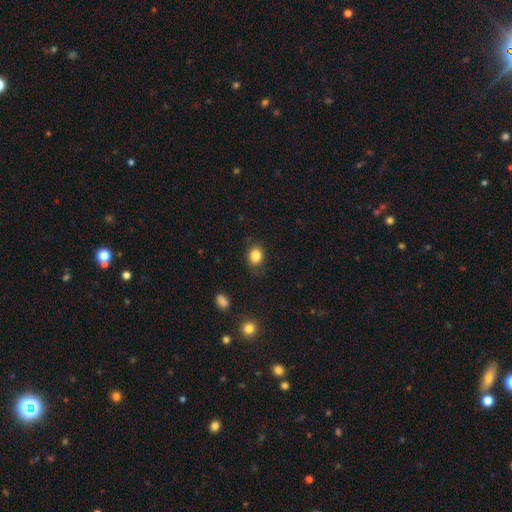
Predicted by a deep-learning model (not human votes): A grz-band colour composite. It shows a smooth galaxy with no disk features (86%) that is round (53%). Merging: none (80%).